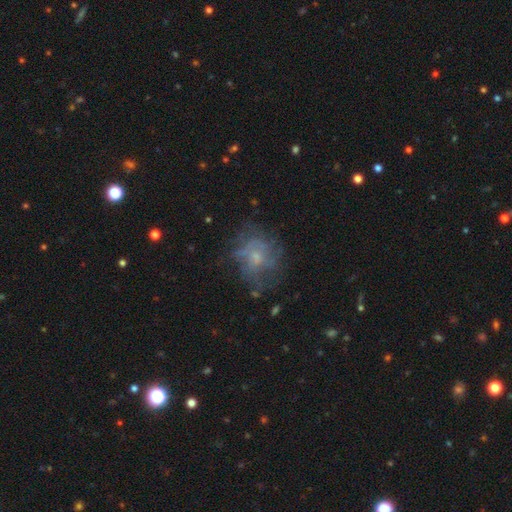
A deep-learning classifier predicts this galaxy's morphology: type=featured or disk (50%); merging=none (57%).